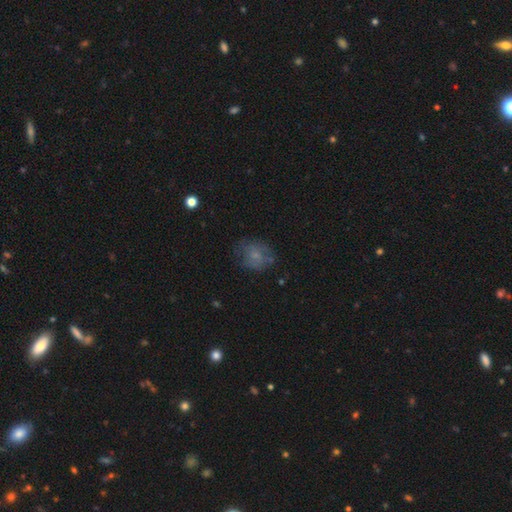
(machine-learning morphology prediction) smooth 61%, featured or disk 27%, star or artifact 12%. Down the decision tree: how rounded — round (64%); merging — none (60%).